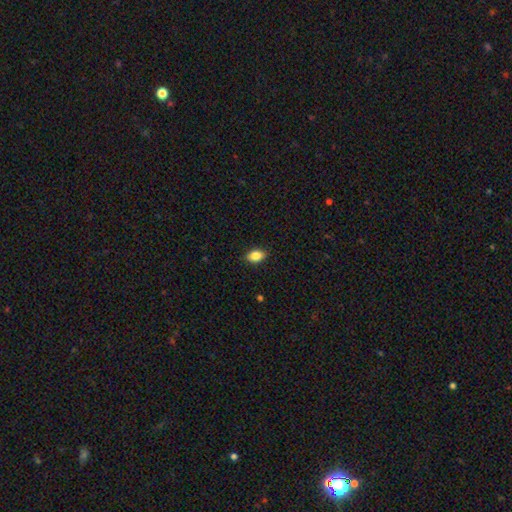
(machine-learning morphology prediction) type=smooth (86%); roundness=in between (86%); merging=none (88%).